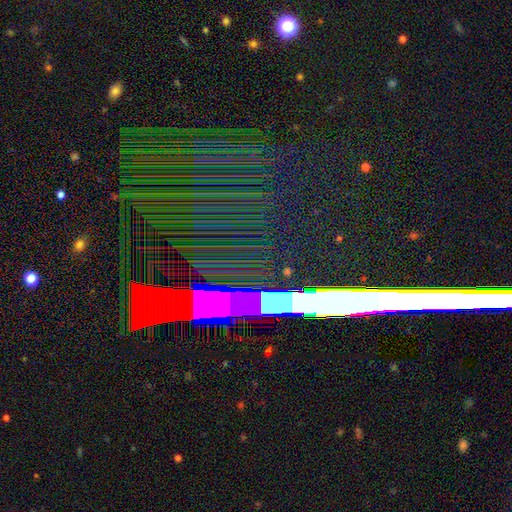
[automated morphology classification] A star or artifact, not a galaxy (75%).

Vote fractions:
- Smooth or featured? star or artifact: 75% / smooth: 13% / featured or disk: 12%